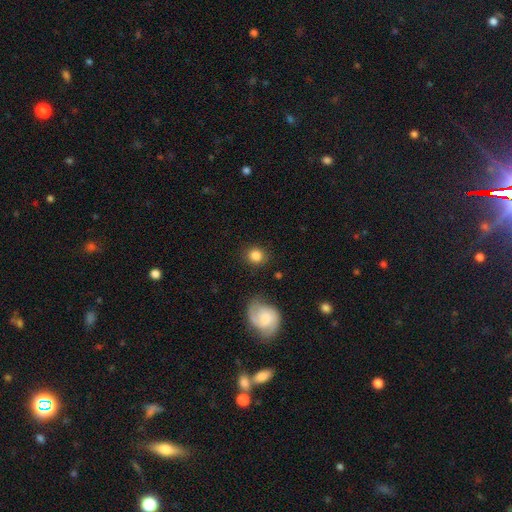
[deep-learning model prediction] Smooth or featured? smooth (83%)
How rounded? round (85%)
Merging? none (84%)